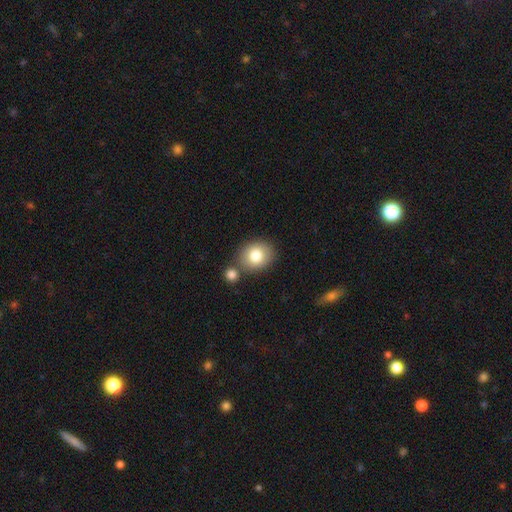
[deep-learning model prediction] Smooth or featured? smooth (80%)
How rounded? round (64%)
Merging? none (69%)